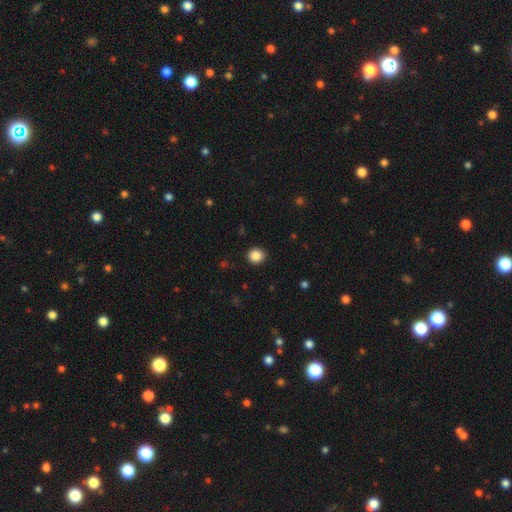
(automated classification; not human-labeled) This appears to be a smooth galaxy with no disk features (87%) that is round (87%). Merging: none (91%).